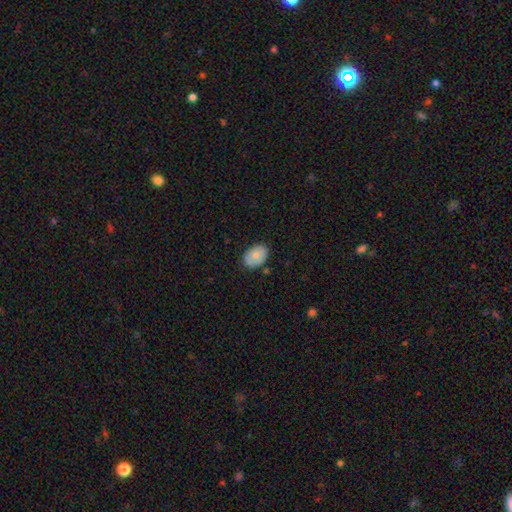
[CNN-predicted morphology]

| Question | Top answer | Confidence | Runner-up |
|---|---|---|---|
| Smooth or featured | smooth | 72% | featured or disk (21%) |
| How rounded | in between | 82% | round (17%) |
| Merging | none | 80% | minor disturbance (15%) |